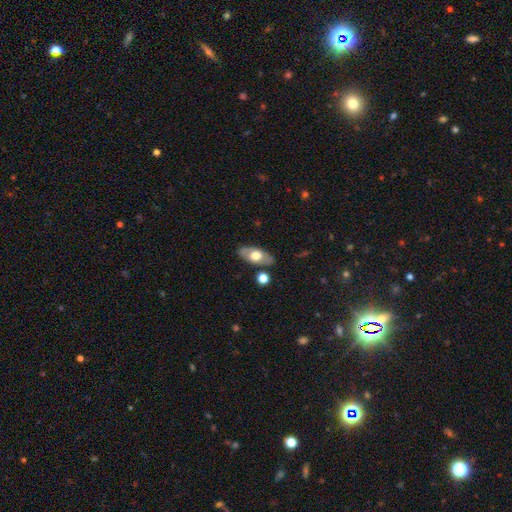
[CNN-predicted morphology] Q: Smooth or featured?
A: smooth (54%); runner-up: featured or disk (39%)
Q: How rounded?
A: in between (86%); runner-up: cigar-shaped (9%)
Q: Merging?
A: none (82%); runner-up: minor disturbance (12%)